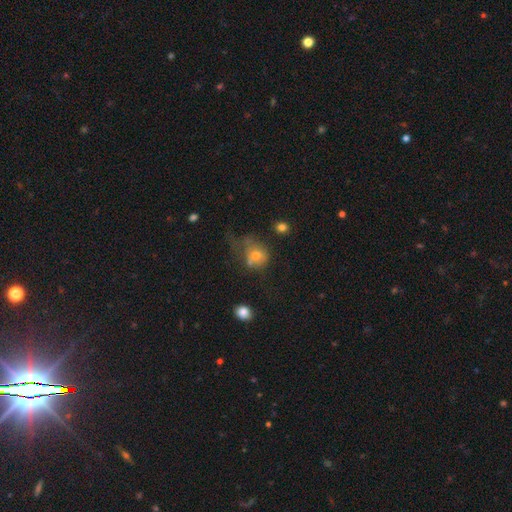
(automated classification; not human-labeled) Smooth or featured? Predicted: smooth (p=0.64). How rounded? Predicted: round (p=0.63). Merging? Predicted: major disturbance (p=0.33).